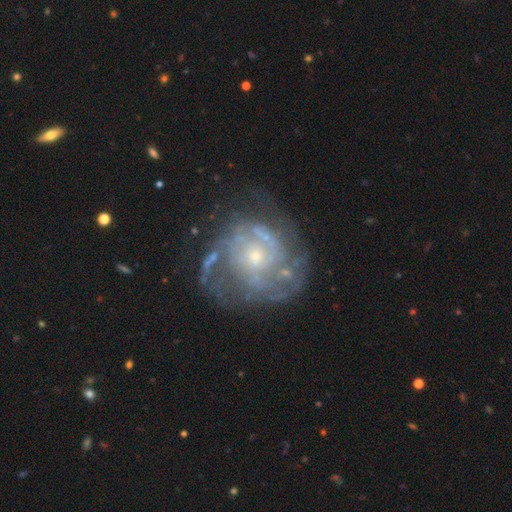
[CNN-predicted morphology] Overall: featured or disk (84%). Edge-on disk: no (98%). Bar: no (76%). Spiral arms: yes (88%). Spiral arm count: can't tell (36%; 2 25%). Spiral winding: tight (52%; medium 36%). Bulge size: small (66%; moderate 29%). Merging: none (60%).